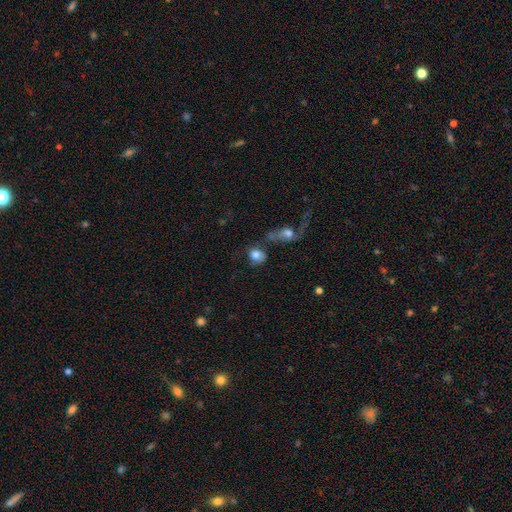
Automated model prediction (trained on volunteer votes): smooth-or-featured: smooth: 72% | featured or disk: 19% | star or artifact: 9%
  how-rounded: round: 59% | in between: 39% | cigar-shaped: 2%
  merging: merger: 39% | none: 29% | major disturbance: 18% | minor disturbance: 15%